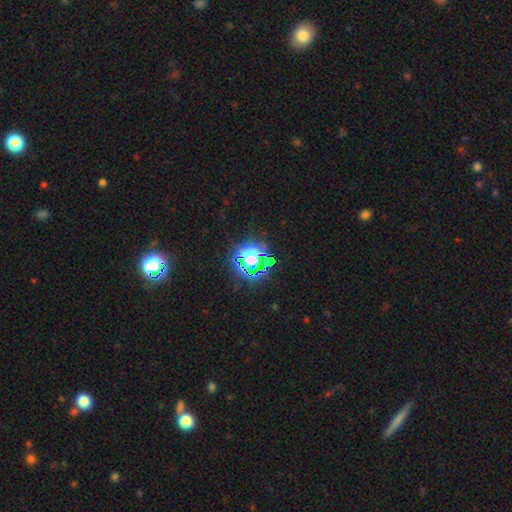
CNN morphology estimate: Smooth or featured?
  - star or artifact: 70% *
  - smooth: 20%
  - featured or disk: 9%